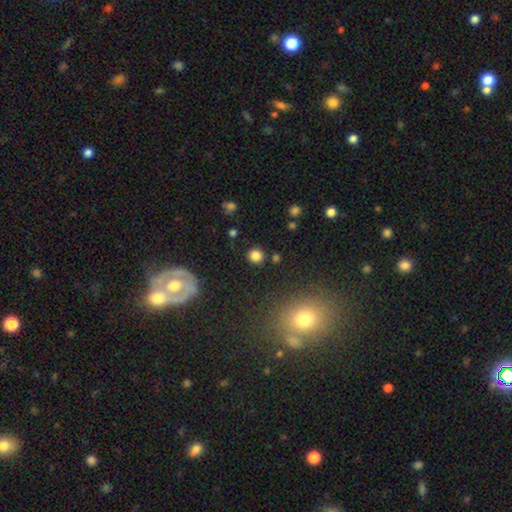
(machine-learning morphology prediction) type=smooth (82%); roundness=round (88%); merging=none (88%).